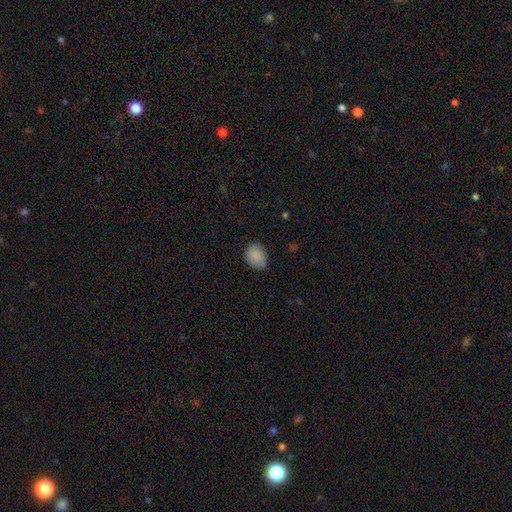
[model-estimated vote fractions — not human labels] A smooth galaxy with no disk features (87%) that is in between round and cigar-shaped (57%). Merging: none (75%).